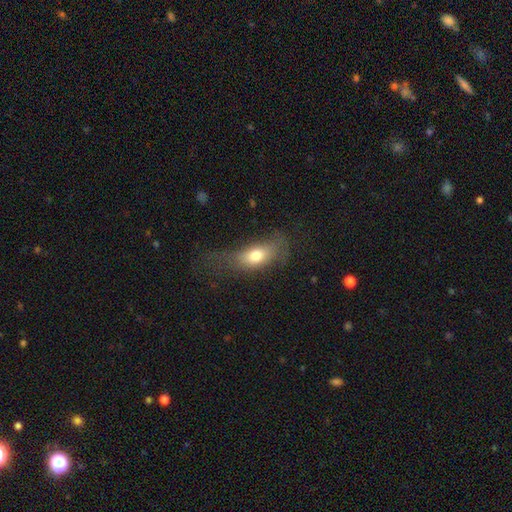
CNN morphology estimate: Smooth or featured?
  - smooth: 71% *
  - featured or disk: 20%
  - star or artifact: 10%
How rounded?
  - in between: 78% *
  - cigar-shaped: 13%
  - round: 9%
Merging?
  - none: 40% *
  - major disturbance: 31%
  - minor disturbance: 27%
  - merger: 2%